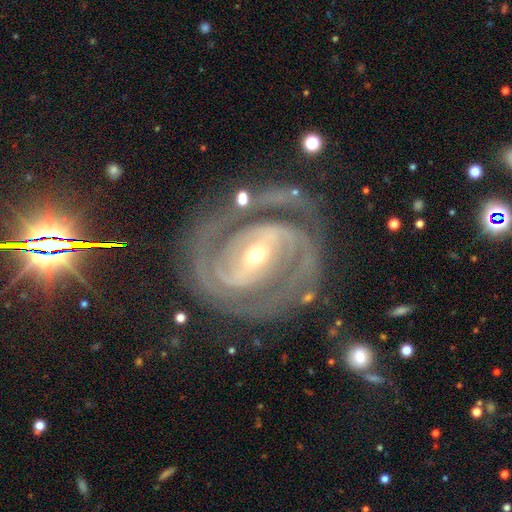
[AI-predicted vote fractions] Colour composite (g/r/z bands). It shows a featured or disk galaxy (91%) with a strong bar (60%), 2 (83%) tight (57%) spiral arms (97%) and a small central bulge (57%). Merging: none (74%).